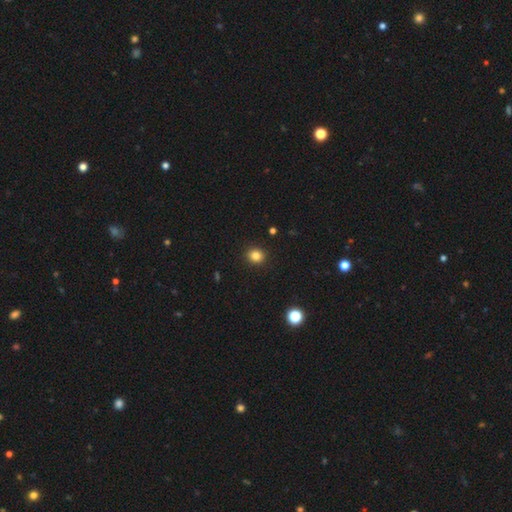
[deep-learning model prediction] A smooth galaxy with no disk features (83%) that is round (83%).

Vote fractions:
- Smooth or featured? smooth: 83% / star or artifact: 12% / featured or disk: 5%
- How rounded? round: 83% / in between: 16% / cigar-shaped: 1%
- Merging? none: 92% / minor disturbance: 6% / major disturbance: 2% / merger: 1%